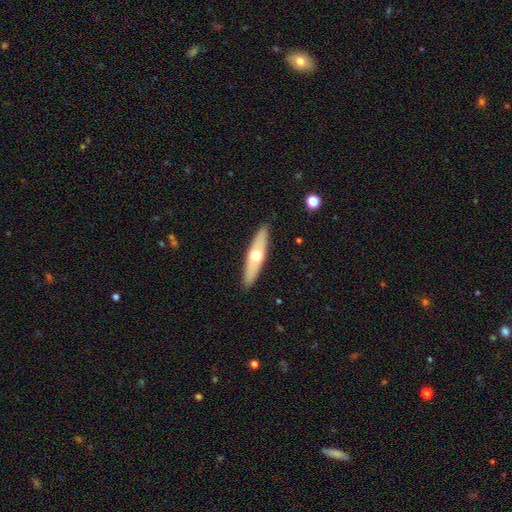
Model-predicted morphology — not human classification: Smooth or featured?
  - smooth: 49% *
  - featured or disk: 46%
  - star or artifact: 5%
Merging?
  - none: 90% *
  - minor disturbance: 7%
  - major disturbance: 2%
  - merger: 1%